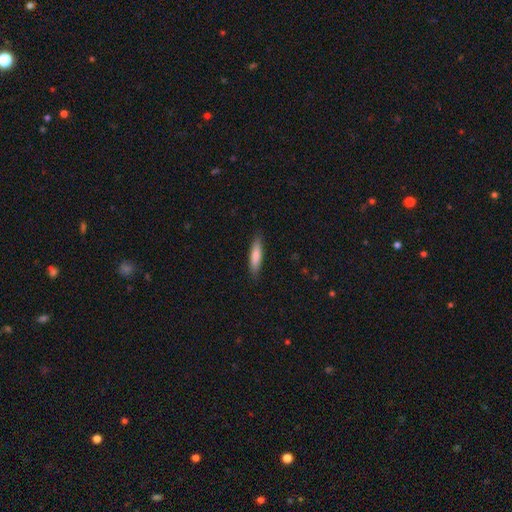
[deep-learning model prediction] This appears to be a smooth galaxy with no disk features (80%) that is cigar-shaped (75%). Merging: none (87%).